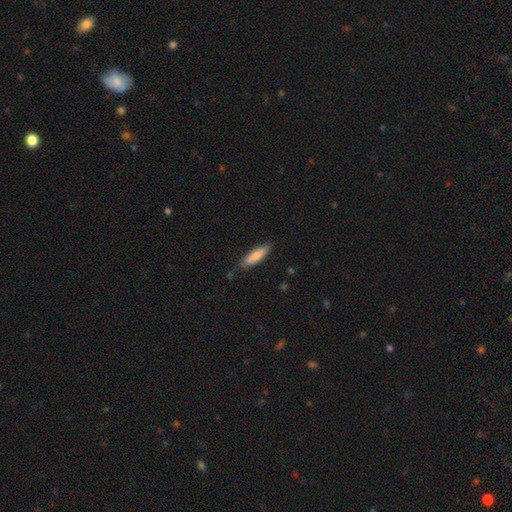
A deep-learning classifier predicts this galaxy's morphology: Smooth or featured? Predicted: smooth (p=0.79). How rounded? Predicted: cigar-shaped (p=0.63). Merging? Predicted: none (p=0.77).